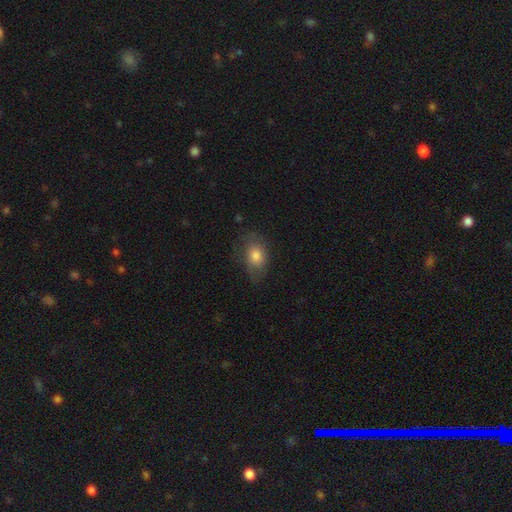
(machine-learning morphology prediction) Smooth or featured? smooth (76%)
How rounded? in between (73%)
Merging? none (64%)